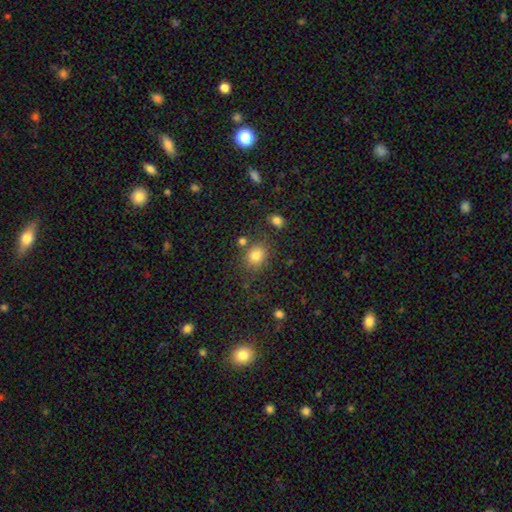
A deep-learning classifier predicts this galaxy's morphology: This is likely a smooth galaxy (80%). How rounded: likely round (65%). Merging: likely none (69%).